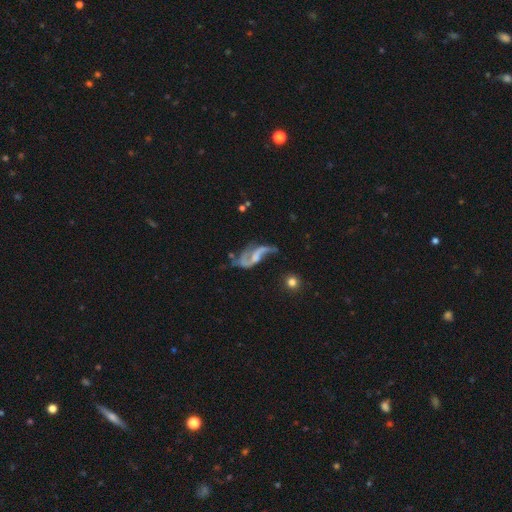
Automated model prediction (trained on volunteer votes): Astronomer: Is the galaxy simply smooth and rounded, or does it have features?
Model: featured or disk — 80%.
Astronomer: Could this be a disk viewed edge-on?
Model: no — 94%.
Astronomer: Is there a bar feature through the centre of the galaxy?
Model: no — 43% (runner-up: weak, 41%).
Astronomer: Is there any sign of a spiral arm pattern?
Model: yes — 87%.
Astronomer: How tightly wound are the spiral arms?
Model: loose — 82%.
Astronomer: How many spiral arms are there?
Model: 2 — 83%.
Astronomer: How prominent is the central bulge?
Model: none — 35% (runner-up: small, 34%).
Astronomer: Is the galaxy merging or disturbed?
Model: none — 34%, tied with major disturbance at 34%.